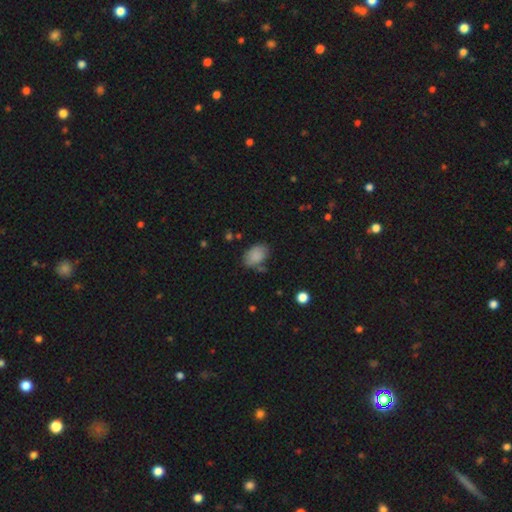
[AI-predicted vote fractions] Overall: smooth (86%). How rounded: in between (86%). Merging: none (69%).